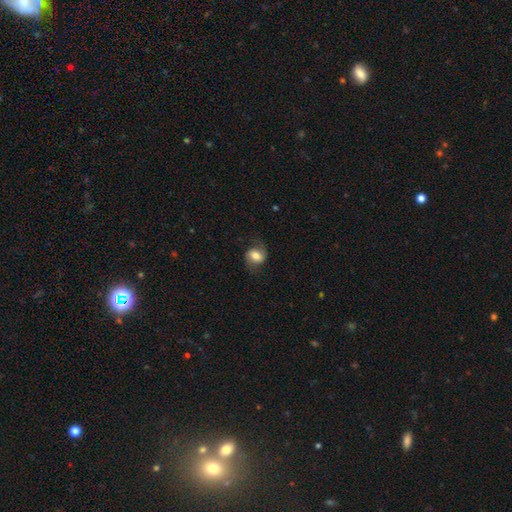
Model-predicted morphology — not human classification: A smooth galaxy with no disk features (46%, tied with featured or disk).

Vote fractions:
- Smooth or featured? smooth: 46% (tied) / featured or disk: 46% (tied) / star or artifact: 8%
- Merging? none: 73% / minor disturbance: 18% / major disturbance: 9% / merger: 1%